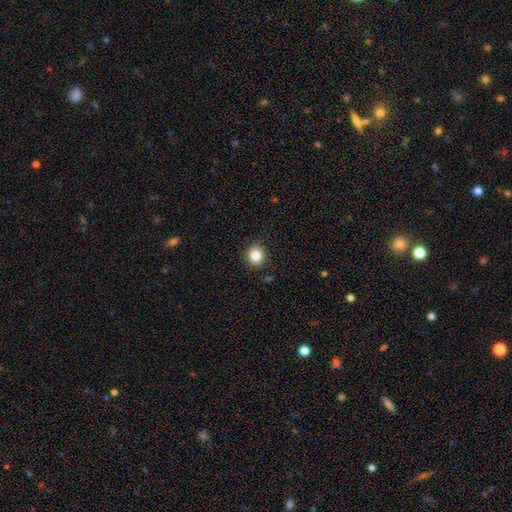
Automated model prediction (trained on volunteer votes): A smooth galaxy with no disk features (84%) that is round (86%).

Vote fractions:
- Smooth or featured? smooth: 84% / star or artifact: 11% / featured or disk: 5%
- How rounded? round: 86% / in between: 13% / cigar-shaped: 1%
- Merging? none: 89% / minor disturbance: 8% / major disturbance: 2% / merger: 1%